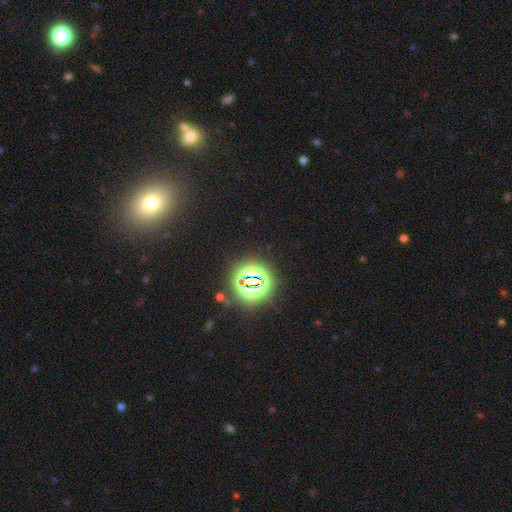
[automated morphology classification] This appears to be a star or artifact, not a galaxy (76%).